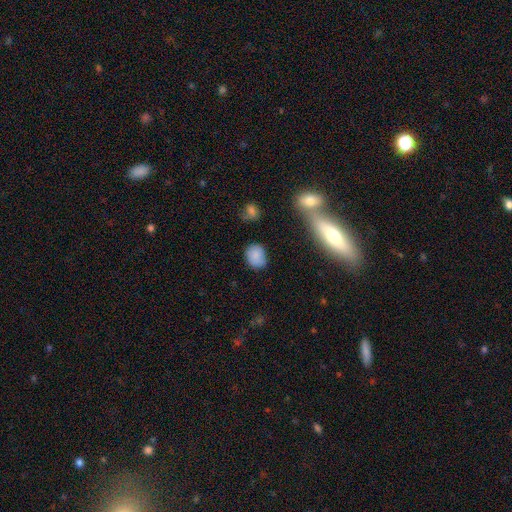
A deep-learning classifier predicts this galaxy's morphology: Overall: smooth (84%). How rounded: round (58%; in between 40%). Merging: none (78%).